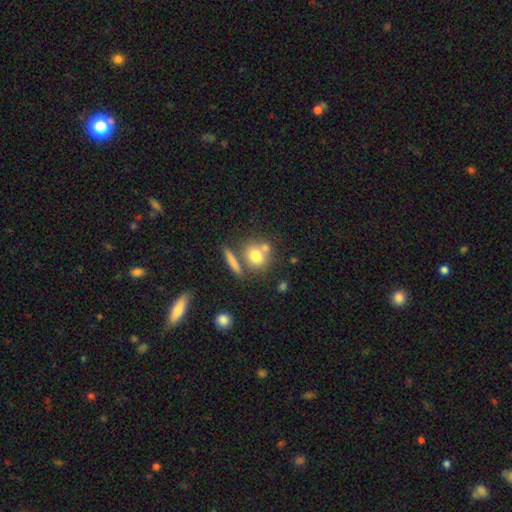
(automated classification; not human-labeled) smooth 75%, featured or disk 16%, star or artifact 10%. Down the decision tree: how rounded — round (73%); merging — none (54%).